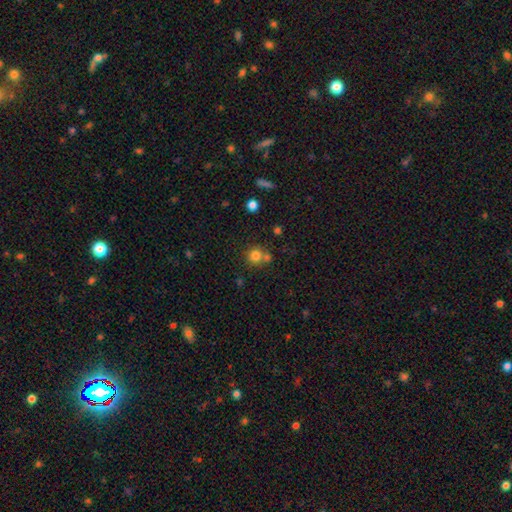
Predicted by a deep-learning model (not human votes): Smooth or featured? Predicted: smooth (p=0.78). How rounded? Predicted: round (p=0.91). Merging? Predicted: none (p=0.62).